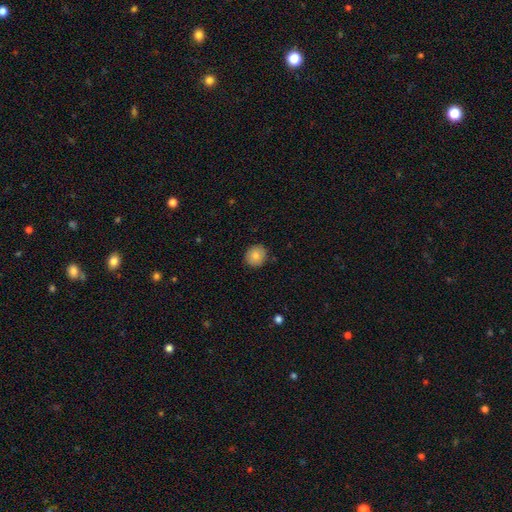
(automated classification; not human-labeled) Smooth or featured? Predicted: smooth (p=0.81). How rounded? Predicted: round (p=0.86). Merging? Predicted: none (p=0.89).